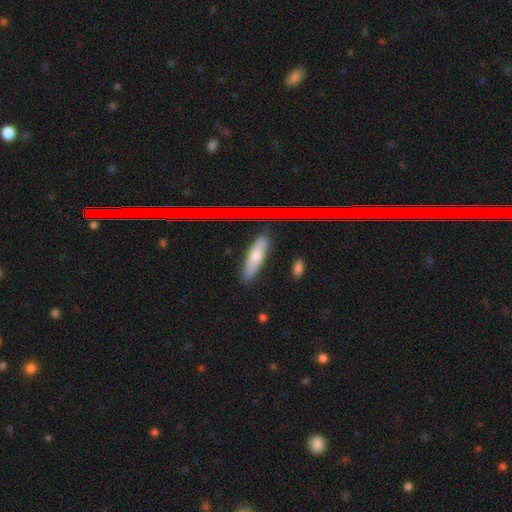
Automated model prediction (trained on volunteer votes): A smooth galaxy with no disk features (55%) that is cigar-shaped (64%). Merging: none (83%).